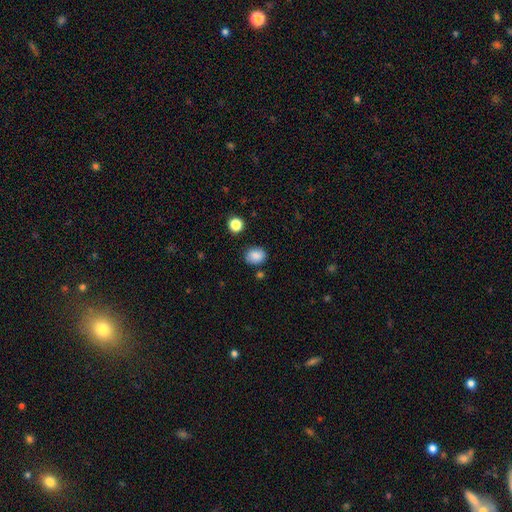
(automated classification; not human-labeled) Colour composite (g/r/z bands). It shows a smooth galaxy with no disk features (86%) that is round (62%). Merging: none (79%).